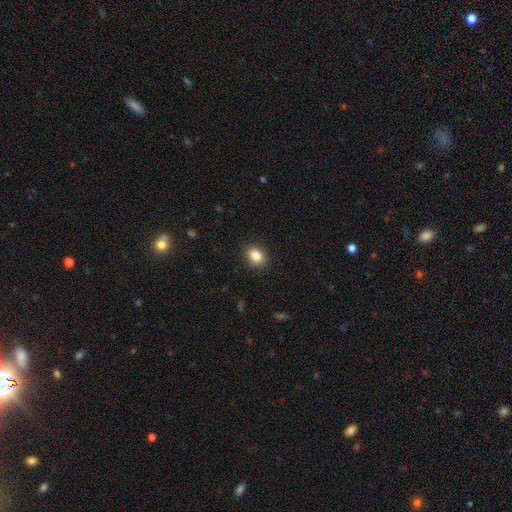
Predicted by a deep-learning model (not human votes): Smooth or featured? Predicted: smooth (p=0.87). How rounded? Predicted: in between (p=0.63). Merging? Predicted: none (p=0.88).